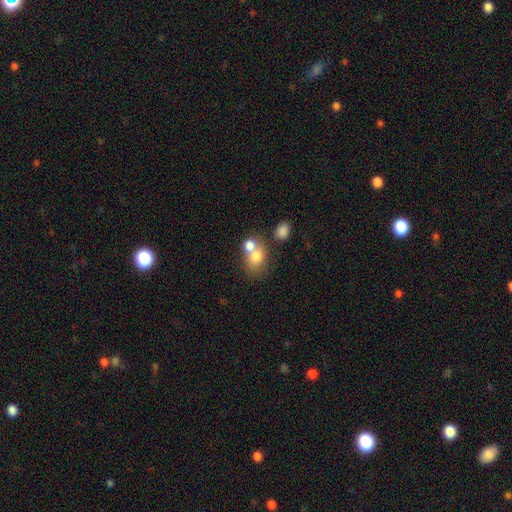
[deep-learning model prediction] smooth_or_featured: smooth (p=0.73) [alt: featured or disk p=0.16]
how_rounded: in between (p=0.53) [alt: round p=0.46]
merging: merger (p=0.54) [alt: none p=0.32]